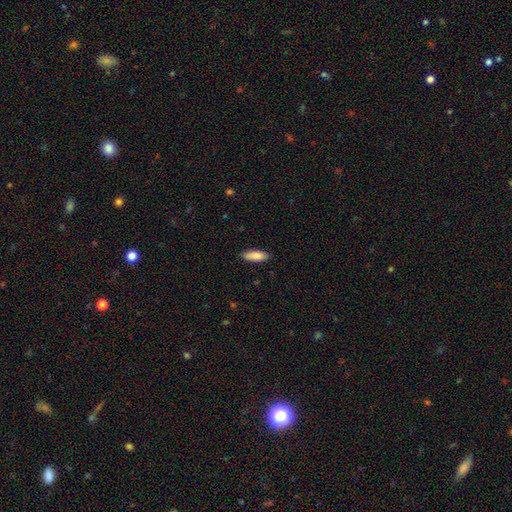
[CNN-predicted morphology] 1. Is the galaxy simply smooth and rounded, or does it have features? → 87% smooth, 7% featured or disk, 6% star or artifact.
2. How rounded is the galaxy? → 63% in between, 35% cigar-shaped, 2% round.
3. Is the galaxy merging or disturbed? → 87% none, 10% minor disturbance, 2% major disturbance, 1% merger.